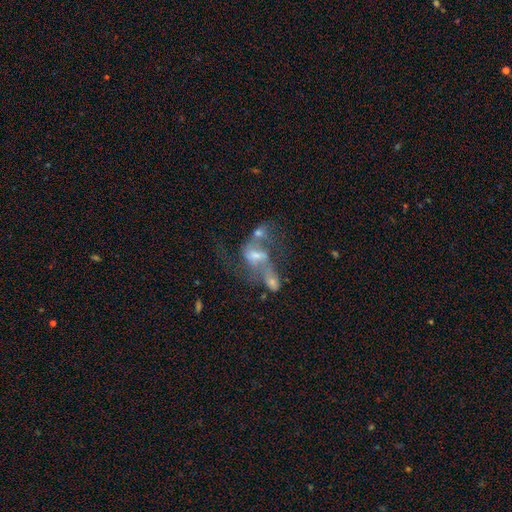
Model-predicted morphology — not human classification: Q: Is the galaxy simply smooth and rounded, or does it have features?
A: featured or disk — 68%.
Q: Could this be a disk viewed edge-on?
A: no — 96%.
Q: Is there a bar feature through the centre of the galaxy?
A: no — 43%.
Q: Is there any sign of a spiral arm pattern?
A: yes — 69%.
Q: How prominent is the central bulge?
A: moderate — 39%.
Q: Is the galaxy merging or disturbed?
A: merger — 48%.